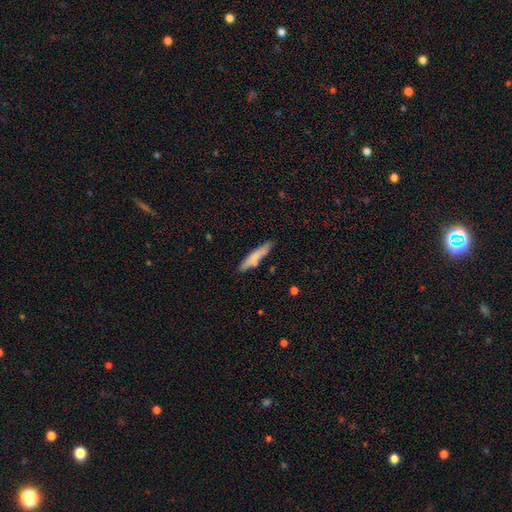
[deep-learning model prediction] smooth 72%, featured or disk 22%, star or artifact 6%. Down the decision tree: how rounded — cigar-shaped (89%); merging — none (82%).